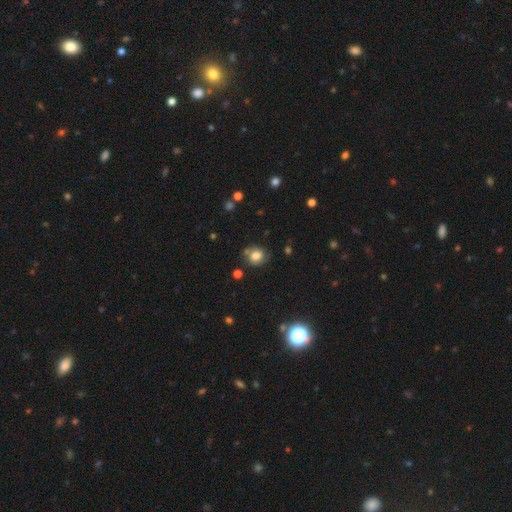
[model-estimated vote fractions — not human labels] Q: Smooth or featured?
A: smooth (66%); runner-up: featured or disk (22%)
Q: How rounded?
A: round (72%); runner-up: in between (27%)
Q: Merging?
A: none (67%); runner-up: minor disturbance (20%)